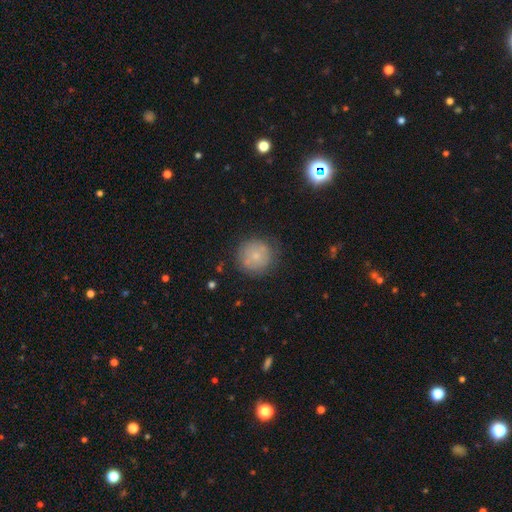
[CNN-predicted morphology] Smooth or featured: smooth — 69% (featured or disk — 22%)
How rounded: round — 94% (in between — 5%)
Merging: none — 75% (minor disturbance — 17%)